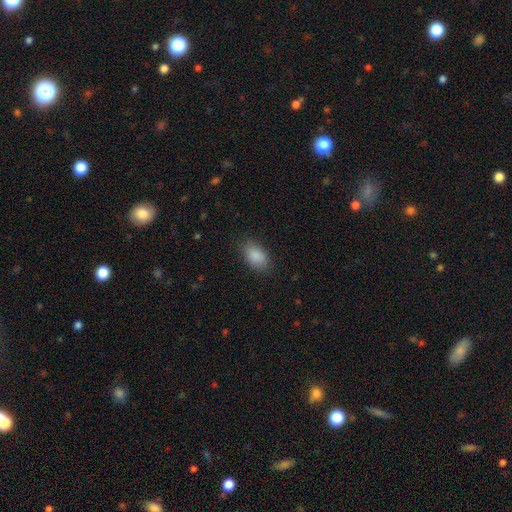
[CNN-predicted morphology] A smooth galaxy with no disk features (89%) that is in between round and cigar-shaped (90%). Merging: none (82%).